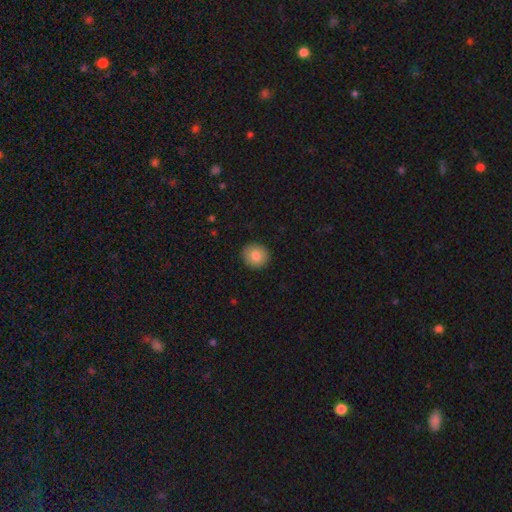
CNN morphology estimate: smooth-or-featured: smooth: 81% | featured or disk: 11% | star or artifact: 8%
  how-rounded: round: 89% | in between: 10% | cigar-shaped: 1%
  merging: none: 91% | minor disturbance: 6% | major disturbance: 2% | merger: 1%